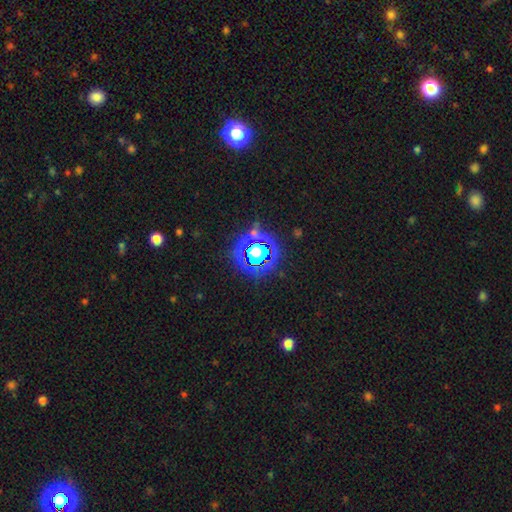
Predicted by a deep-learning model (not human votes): Smooth or featured? Predicted: star or artifact (p=0.67).